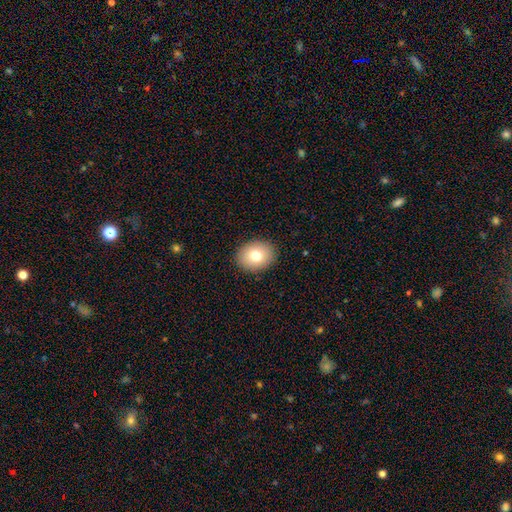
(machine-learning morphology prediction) This is likely a smooth galaxy (76%). How rounded: possibly round (50%). Merging: clearly none (90%).